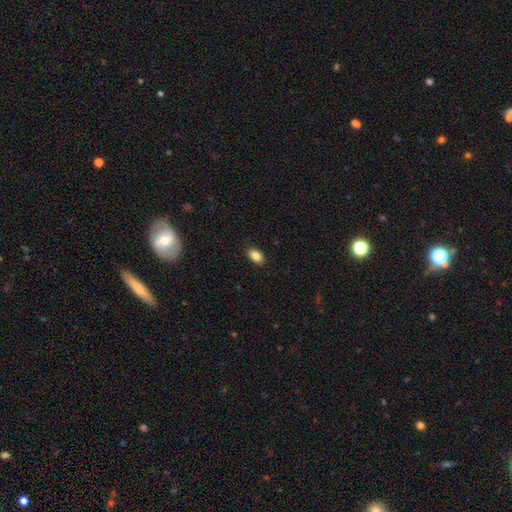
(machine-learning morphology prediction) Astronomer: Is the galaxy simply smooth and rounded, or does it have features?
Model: smooth — 86%.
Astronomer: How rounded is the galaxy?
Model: in between — 88%.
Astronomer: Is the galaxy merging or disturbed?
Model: none — 88%.